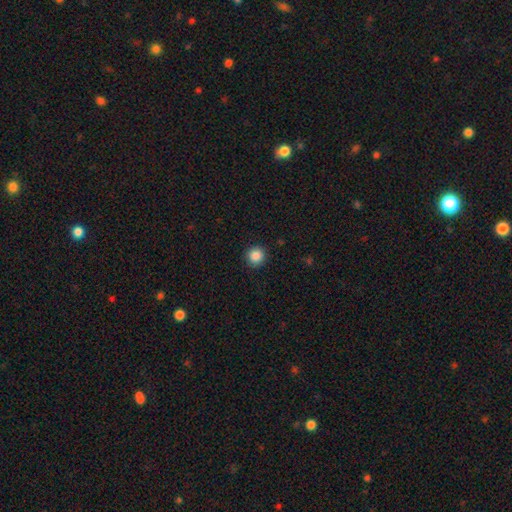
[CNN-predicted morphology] A smooth galaxy with no disk features (87%) that is round (94%). Merging: none (91%).